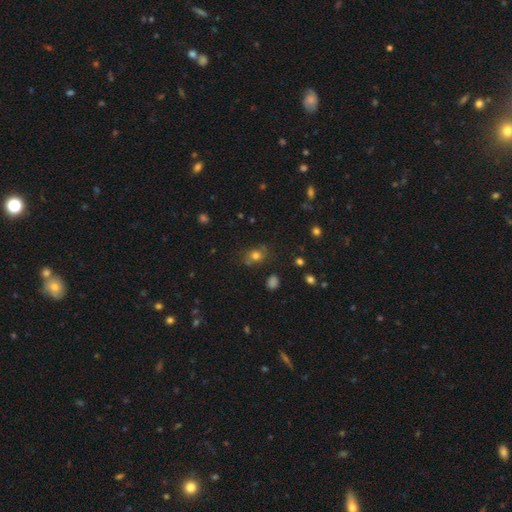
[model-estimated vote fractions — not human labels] This is likely a smooth galaxy (73%). How rounded: possibly round (56%). Merging: likely none (68%).